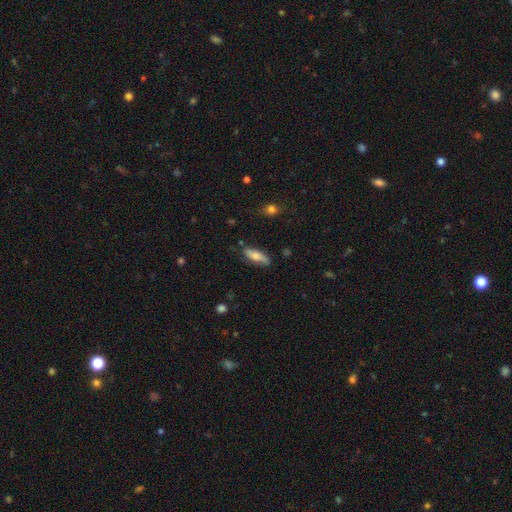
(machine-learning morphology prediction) A smooth galaxy with no disk features (67%) that is in between round and cigar-shaped (54%). Merging: none (74%).